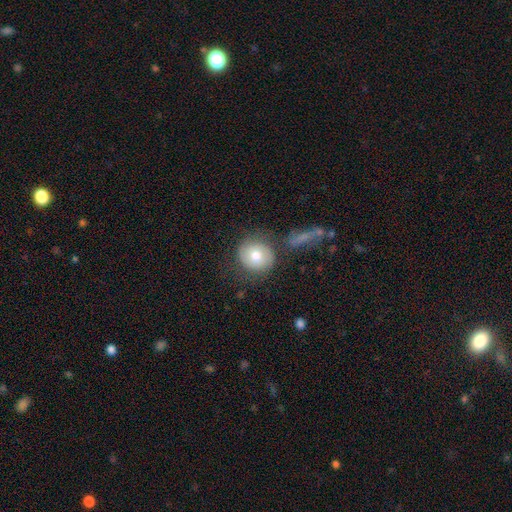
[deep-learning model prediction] A smooth galaxy with no disk features (69%) that is round (85%). Merging: none (70%).